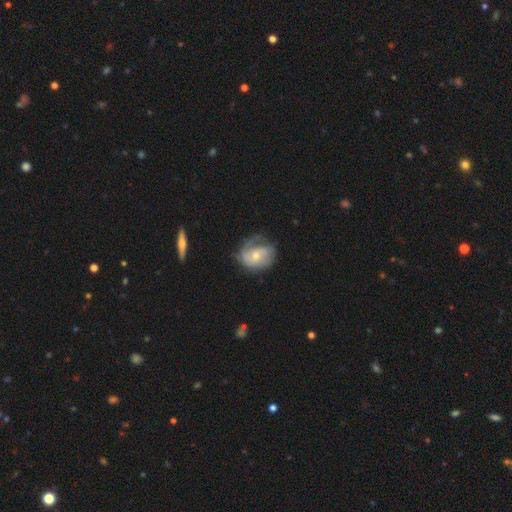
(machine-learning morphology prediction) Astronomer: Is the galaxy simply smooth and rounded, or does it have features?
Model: featured or disk — 61%.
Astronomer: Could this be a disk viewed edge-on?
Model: no — 97%.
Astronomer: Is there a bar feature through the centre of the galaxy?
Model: no — 70%.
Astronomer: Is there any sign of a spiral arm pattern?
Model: yes — 78%.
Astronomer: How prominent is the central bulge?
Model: small — 51% (runner-up: moderate, 43%).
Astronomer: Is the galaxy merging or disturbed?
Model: none — 48% (runner-up: minor disturbance, 29%).